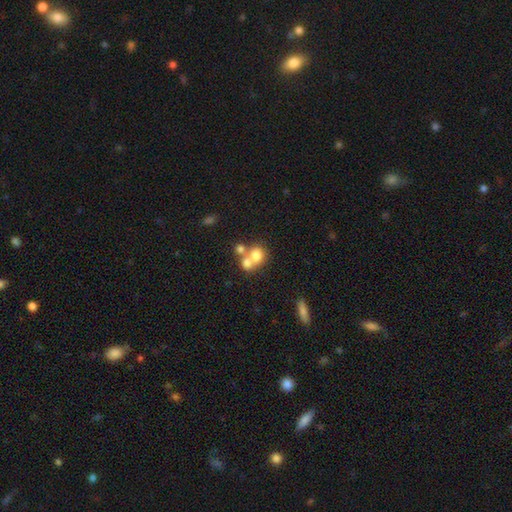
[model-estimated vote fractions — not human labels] Smooth or featured: smooth — 69% (featured or disk — 19%)
How rounded: round — 77% (in between — 22%)
Merging: merger — 59% (none — 31%)